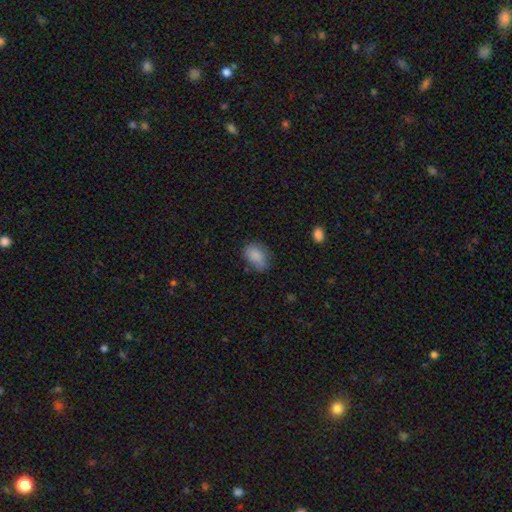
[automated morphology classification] This is clearly a smooth galaxy (84%). How rounded: clearly in between (82%). Merging: likely none (64%).